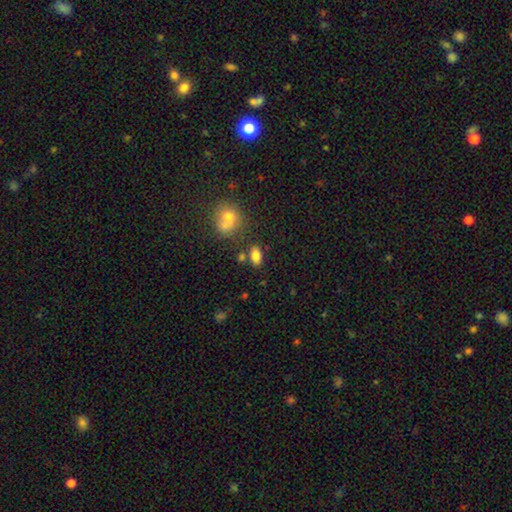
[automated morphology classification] smooth 82%, star or artifact 11%, featured or disk 7%. Down the decision tree: how rounded — in between (88%); merging — none (74%).